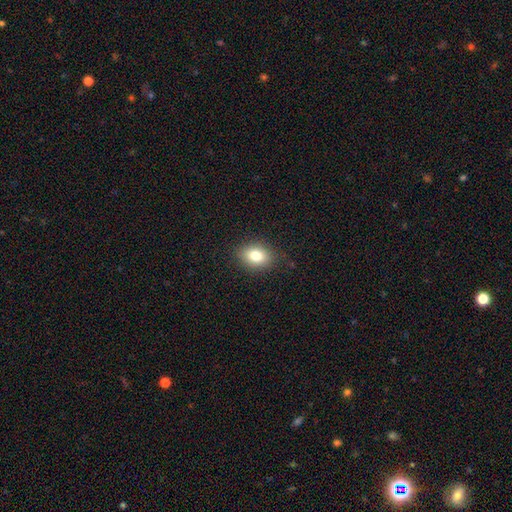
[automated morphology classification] Q: Smooth or featured?
A: smooth (80%); runner-up: star or artifact (10%)
Q: How rounded?
A: in between (67%); runner-up: round (32%)
Q: Merging?
A: none (87%); runner-up: minor disturbance (10%)